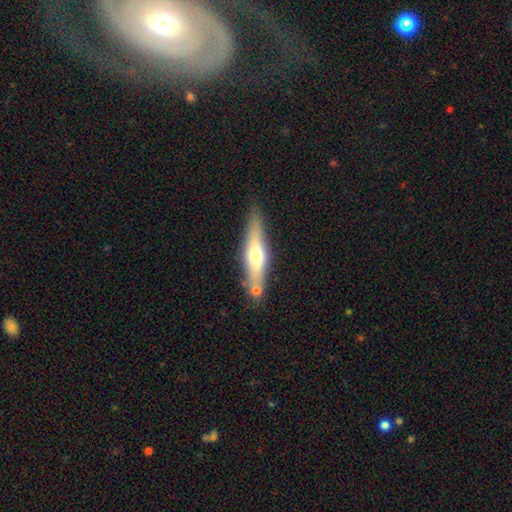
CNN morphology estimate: This appears to be a featured or disk galaxy (52%) viewed edge-on (87%). Merging: none (75%).